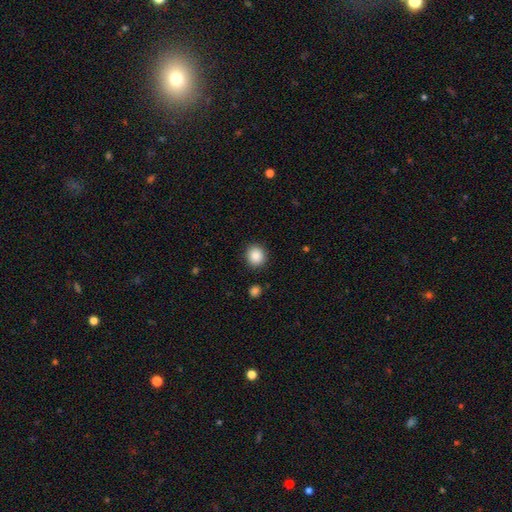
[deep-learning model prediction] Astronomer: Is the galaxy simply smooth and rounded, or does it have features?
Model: smooth — 88%.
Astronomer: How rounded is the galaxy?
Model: round — 83%.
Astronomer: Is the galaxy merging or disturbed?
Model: none — 90%.